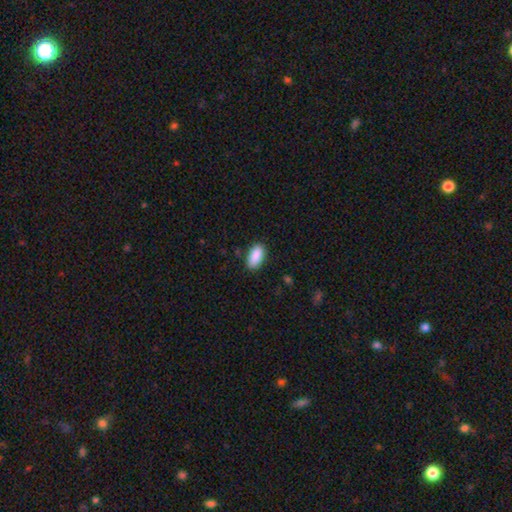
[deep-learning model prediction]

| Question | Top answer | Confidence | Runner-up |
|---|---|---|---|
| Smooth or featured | smooth | 90% | star or artifact (6%) |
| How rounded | in between | 93% | cigar-shaped (5%) |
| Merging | none | 86% | minor disturbance (11%) |